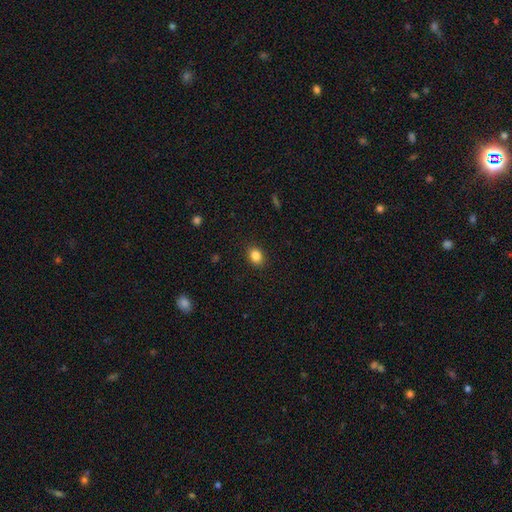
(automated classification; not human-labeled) Smooth or featured?
  - smooth: 85% *
  - star or artifact: 10%
  - featured or disk: 5%
How rounded?
  - in between: 57% *
  - round: 42%
  - cigar-shaped: 1%
Merging?
  - none: 89% *
  - minor disturbance: 8%
  - major disturbance: 2%
  - merger: 1%